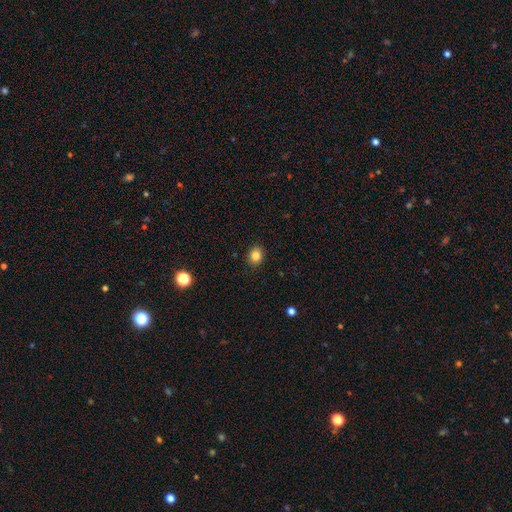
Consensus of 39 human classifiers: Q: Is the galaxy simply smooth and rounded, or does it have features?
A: smooth — 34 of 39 (87%).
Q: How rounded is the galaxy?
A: round — 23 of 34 (68%).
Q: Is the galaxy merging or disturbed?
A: none — 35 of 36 (97%).